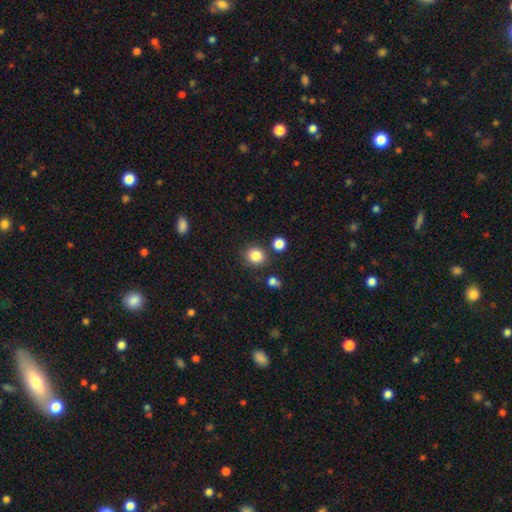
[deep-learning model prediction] smooth_or_featured: smooth (p=0.84) [alt: star or artifact p=0.11]
how_rounded: round (p=0.85) [alt: in between p=0.14]
merging: none (p=0.83) [alt: minor disturbance p=0.08]